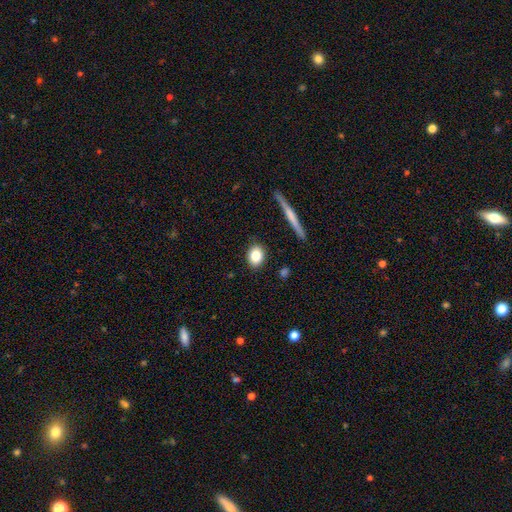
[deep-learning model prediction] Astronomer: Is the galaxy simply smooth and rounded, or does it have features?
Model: smooth — 82%.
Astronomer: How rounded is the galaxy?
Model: in between — 59% (runner-up: round, 38%).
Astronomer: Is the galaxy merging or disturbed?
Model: none — 88%.